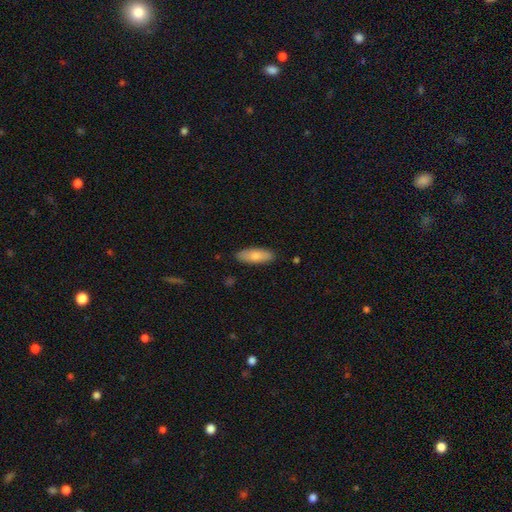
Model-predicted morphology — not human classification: The model was most divided on "how rounded": in between: 70%, cigar-shaped: 28%, round: 2%. More confident: merging — none (87%); smooth or featured — smooth (79%).